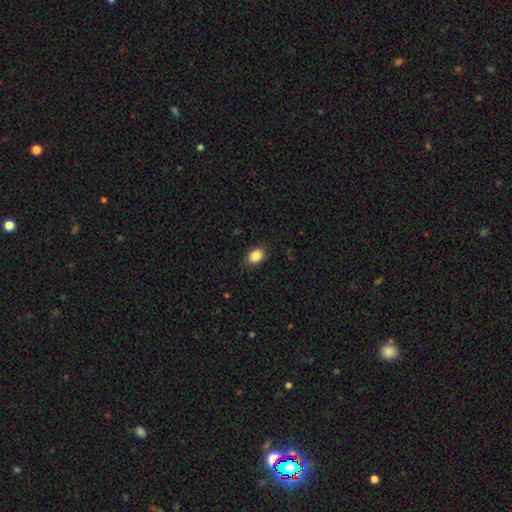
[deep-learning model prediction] Overall: smooth (87%). How rounded: in between (69%; round 30%). Merging: none (86%).